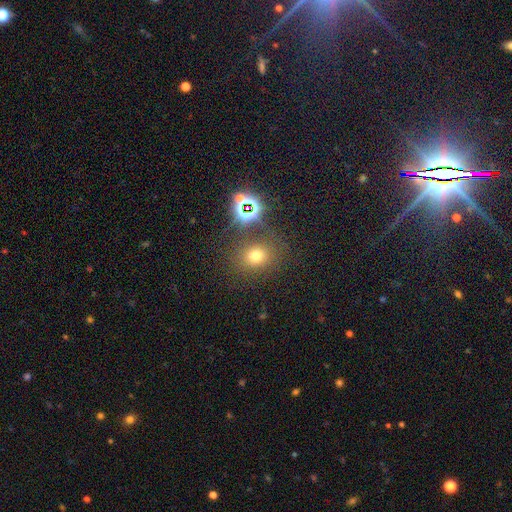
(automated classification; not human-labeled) smooth_or_featured: smooth (p=0.63) [alt: star or artifact p=0.28]
how_rounded: round (p=0.68) [alt: in between p=0.31]
merging: none (p=0.79) [alt: minor disturbance p=0.10]